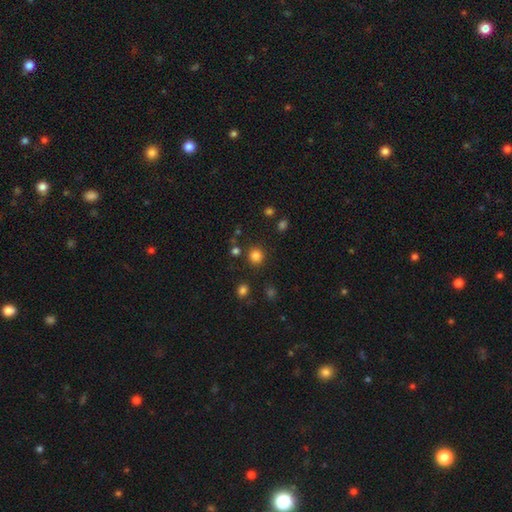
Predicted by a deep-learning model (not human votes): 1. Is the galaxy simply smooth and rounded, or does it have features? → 81% smooth, 14% star or artifact, 5% featured or disk.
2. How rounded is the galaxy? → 91% round, 8% in between, 1% cigar-shaped.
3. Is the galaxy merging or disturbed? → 85% none, 7% minor disturbance, 5% merger, 3% major disturbance.